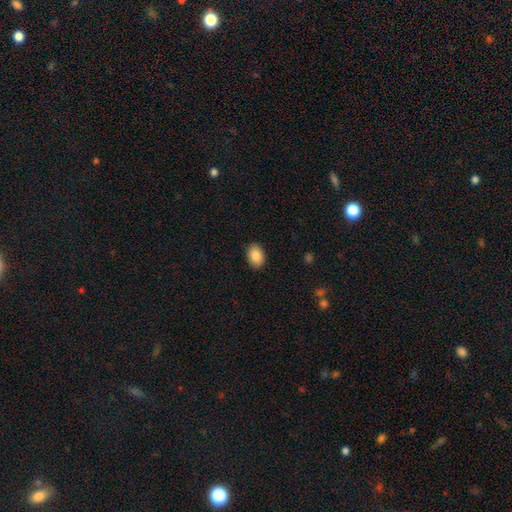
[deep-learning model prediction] smooth_or_featured: smooth (p=0.88) [alt: star or artifact p=0.07]
how_rounded: in between (p=0.83) [alt: round p=0.16]
merging: none (p=0.89) [alt: minor disturbance p=0.08]